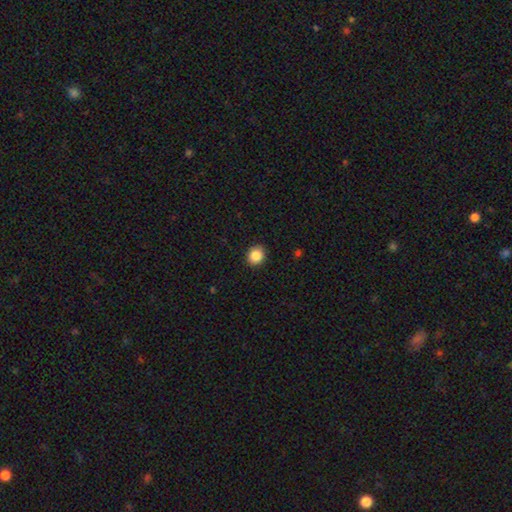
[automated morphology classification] The model was most divided on "how rounded": round: 78%, in between: 21%, cigar-shaped: 1%. More confident: merging — none (91%); smooth or featured — smooth (86%).